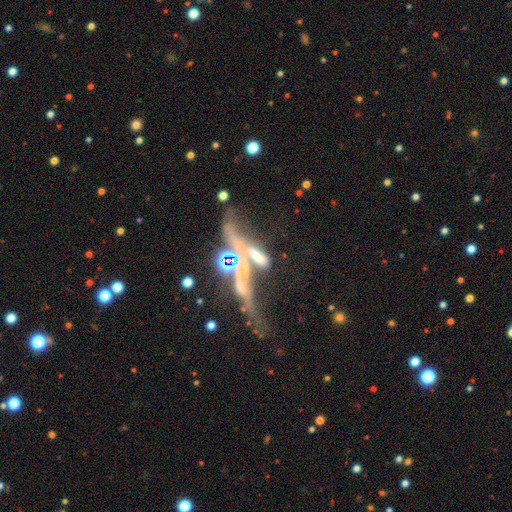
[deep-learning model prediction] Smooth or featured: featured or disk — 41% (smooth — 34%)
Merging: merger — 46% (major disturbance — 22%)